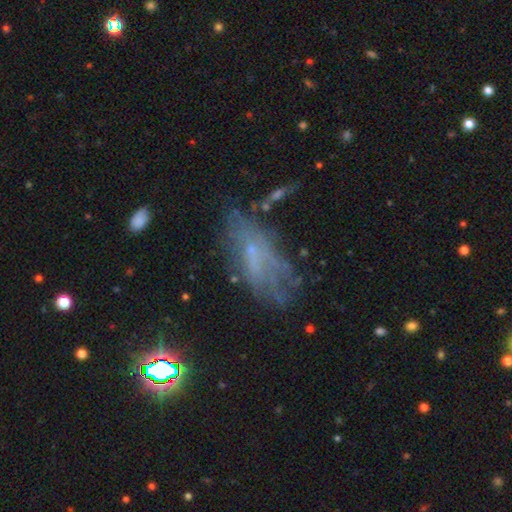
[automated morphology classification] Q: Smooth or featured?
A: featured or disk (49%); runner-up: smooth (32%)
Q: Merging?
A: none (50%); runner-up: minor disturbance (24%)